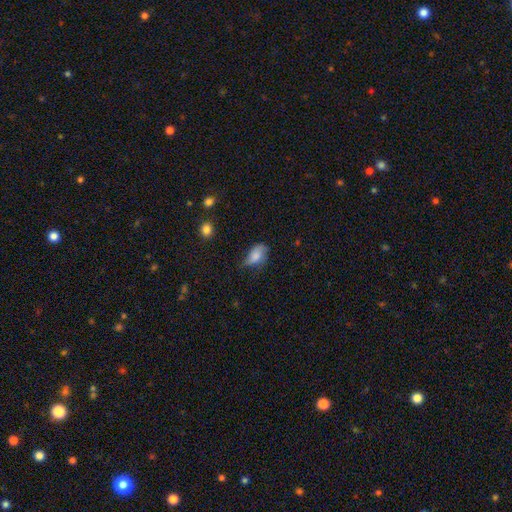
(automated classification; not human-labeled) This appears to be a smooth galaxy with no disk features (72%) that is in between round and cigar-shaped (88%). Merging: minor disturbance (43%).